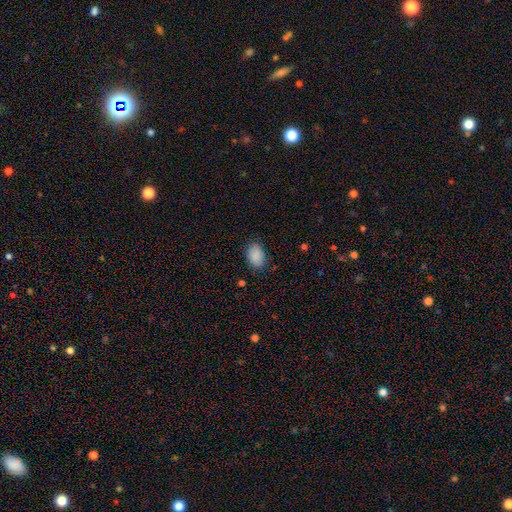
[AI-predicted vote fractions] Smooth or featured? Predicted: smooth (p=0.89). How rounded? Predicted: in between (p=0.86). Merging? Predicted: none (p=0.83).